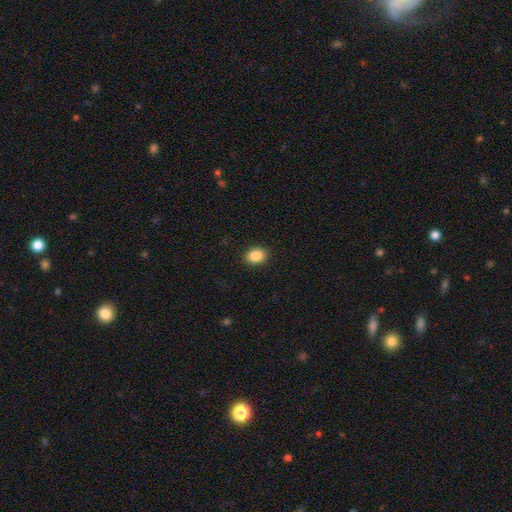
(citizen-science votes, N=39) Smooth or featured? 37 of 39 (95%) said smooth. How rounded? 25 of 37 (68%) said in between. Merging? 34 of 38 (89%) said none.